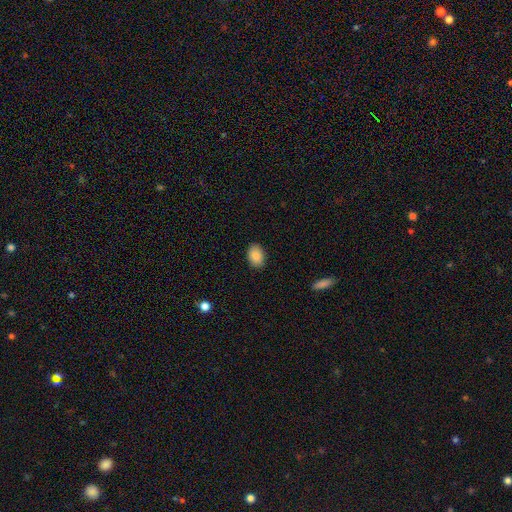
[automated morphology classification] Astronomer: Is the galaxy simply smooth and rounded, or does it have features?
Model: smooth — 86%.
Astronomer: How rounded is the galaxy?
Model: in between — 83%.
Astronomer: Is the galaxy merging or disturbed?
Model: none — 89%.